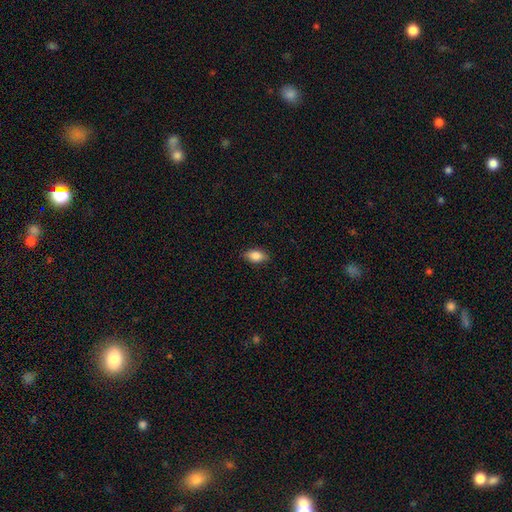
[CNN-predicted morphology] A smooth galaxy with no disk features (83%) that is in between round and cigar-shaped (89%). Merging: none (87%).